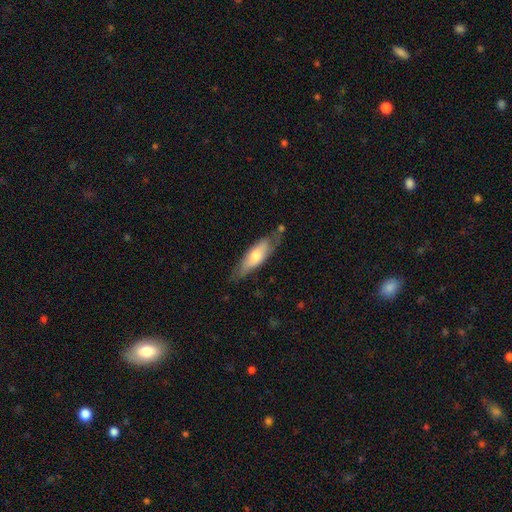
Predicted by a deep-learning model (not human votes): The model was most divided on "how rounded": cigar-shaped: 50%, in between: 48%, round: 2%. More confident: merging — none (63%); smooth or featured — smooth (56%).